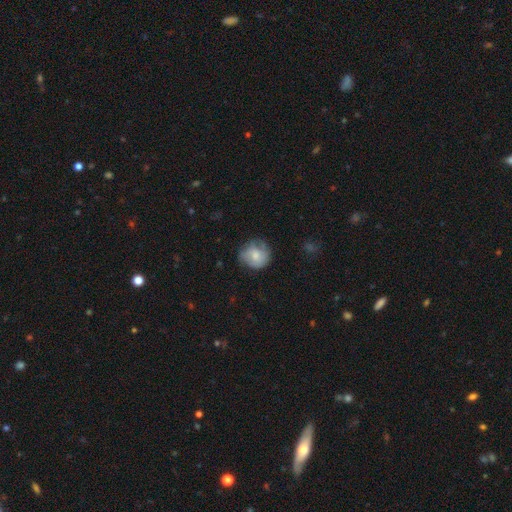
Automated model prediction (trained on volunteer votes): A smooth galaxy with no disk features (67%) that is round (84%).

Vote fractions:
- Smooth or featured? smooth: 67% / featured or disk: 26% / star or artifact: 7%
- How rounded? round: 84% / in between: 15% / cigar-shaped: 1%
- Merging? none: 62% / minor disturbance: 27% / major disturbance: 10% / merger: 1%